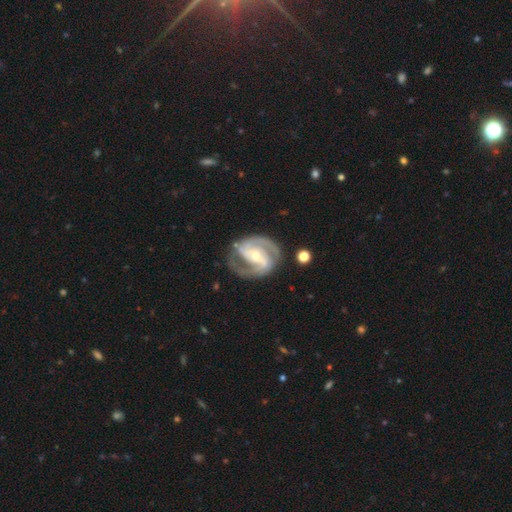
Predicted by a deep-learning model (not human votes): Overall: featured or disk (91%). Edge-on disk: no (97%). Bar: strong (39%; weak 37%). Spiral arms: yes (97%). Spiral arm count: 2 (81%). Spiral winding: medium (52%; tight 38%). Bulge size: small (52%; moderate 44%). Merging: none (73%).